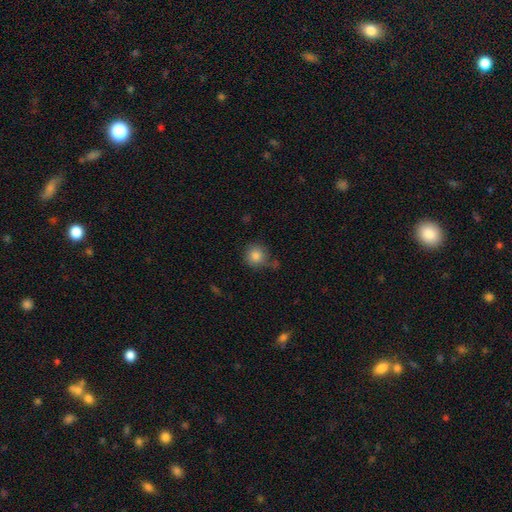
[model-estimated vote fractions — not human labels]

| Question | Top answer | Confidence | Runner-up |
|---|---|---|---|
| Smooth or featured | smooth | 84% | star or artifact (10%) |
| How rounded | round | 90% | in between (9%) |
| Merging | none | 67% | minor disturbance (21%) |